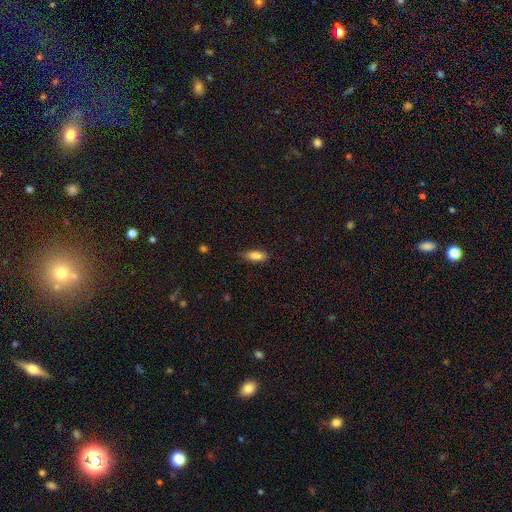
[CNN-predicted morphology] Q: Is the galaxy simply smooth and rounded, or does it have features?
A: smooth — 84%.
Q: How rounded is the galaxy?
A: in between — 73%.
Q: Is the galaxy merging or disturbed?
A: none — 79%.